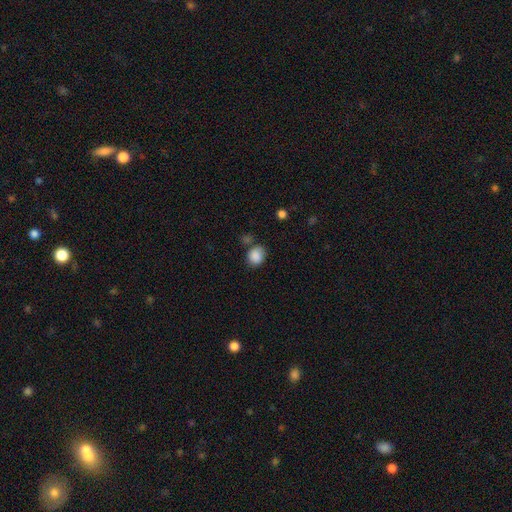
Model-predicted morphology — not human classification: Smooth or featured?
  - smooth: 87% *
  - star or artifact: 9%
  - featured or disk: 4%
How rounded?
  - round: 62% *
  - in between: 37%
  - cigar-shaped: 1%
Merging?
  - none: 67% *
  - minor disturbance: 19%
  - merger: 9%
  - major disturbance: 5%